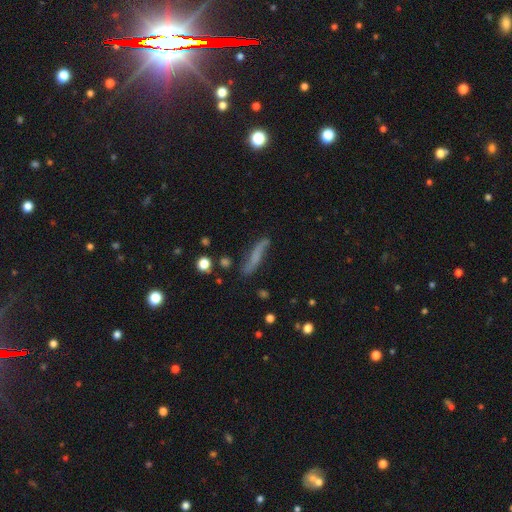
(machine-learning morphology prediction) Smooth or featured? Predicted: featured or disk (p=0.49). Merging? Predicted: none (p=0.68).